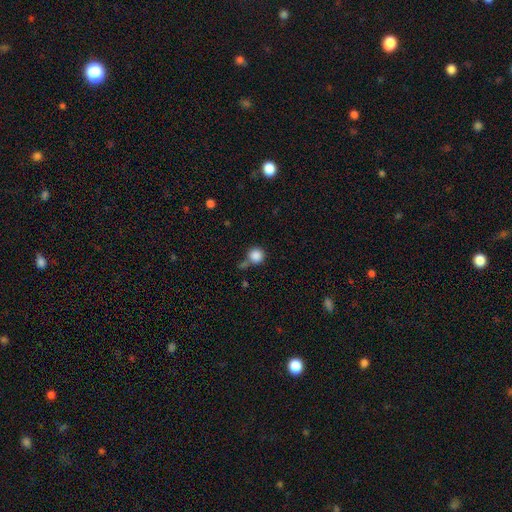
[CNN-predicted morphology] Smooth or featured: smooth — 86% (star or artifact — 10%)
How rounded: round — 94% (in between — 5%)
Merging: none — 61% (merger — 17%)